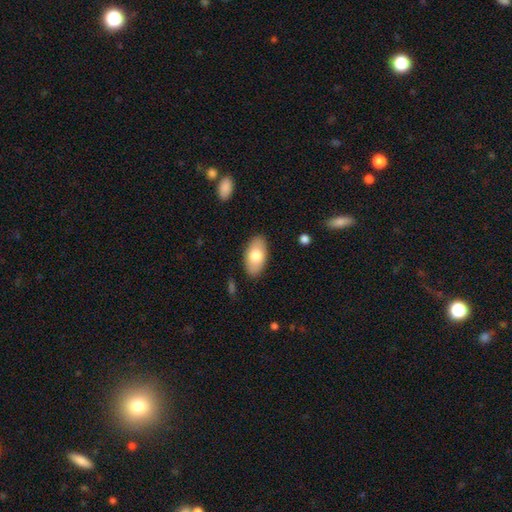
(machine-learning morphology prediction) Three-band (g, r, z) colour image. It shows a smooth galaxy with no disk features (74%) that is in between round and cigar-shaped (94%). Merging: none (87%).